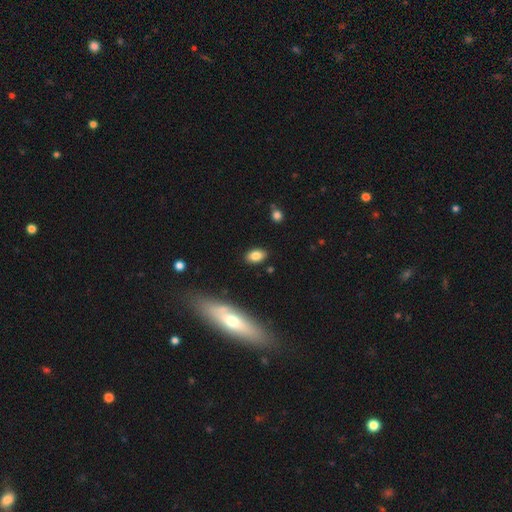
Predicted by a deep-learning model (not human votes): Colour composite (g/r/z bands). It shows a smooth galaxy with no disk features (82%) that is in between round and cigar-shaped (89%). Merging: none (86%).